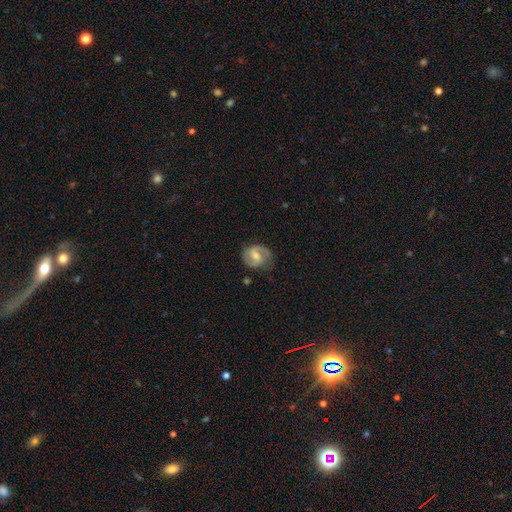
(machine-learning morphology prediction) featured or disk 76%, smooth 19%, star or artifact 6%. Down the decision tree: edge-on disk — no (98%); bar — weak (54%); spiral arms — yes (93%); spiral arm count — 2 (87%); spiral winding — medium (52%); bulge size — moderate (48%); merging — none (74%).